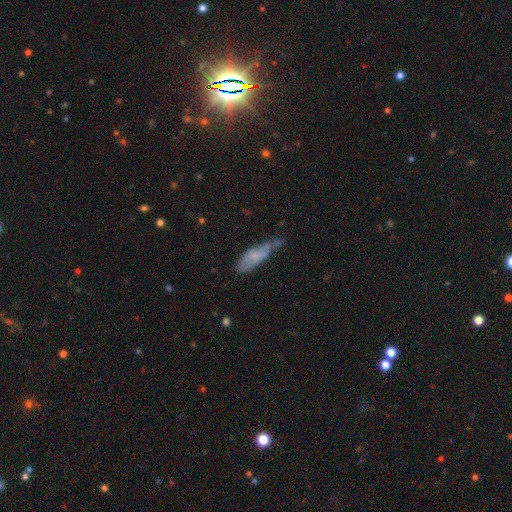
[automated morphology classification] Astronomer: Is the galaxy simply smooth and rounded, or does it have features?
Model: smooth — 61%.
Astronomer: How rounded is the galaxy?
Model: in between — 50% (runner-up: cigar-shaped, 48%).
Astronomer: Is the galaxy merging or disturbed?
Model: minor disturbance — 39% (runner-up: none, 37%).